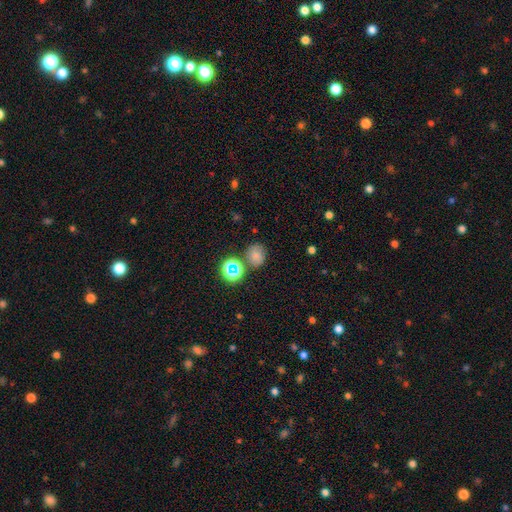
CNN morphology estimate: Q: Smooth or featured?
A: smooth (70%); runner-up: star or artifact (21%)
Q: How rounded?
A: round (63%); runner-up: in between (36%)
Q: Merging?
A: none (70%); runner-up: minor disturbance (15%)